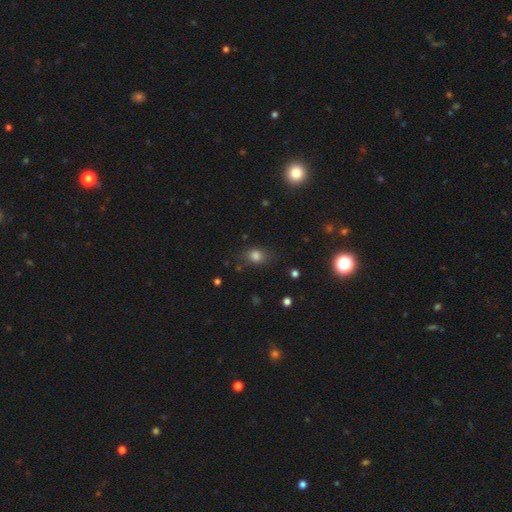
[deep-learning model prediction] A smooth galaxy with no disk features (80%) that is in between round and cigar-shaped (55%).

Vote fractions:
- Smooth or featured? smooth: 80% / star or artifact: 13% / featured or disk: 7%
- How rounded? in between: 55% / round: 43% / cigar-shaped: 2%
- Merging? none: 75% / minor disturbance: 17% / major disturbance: 5% / merger: 2%